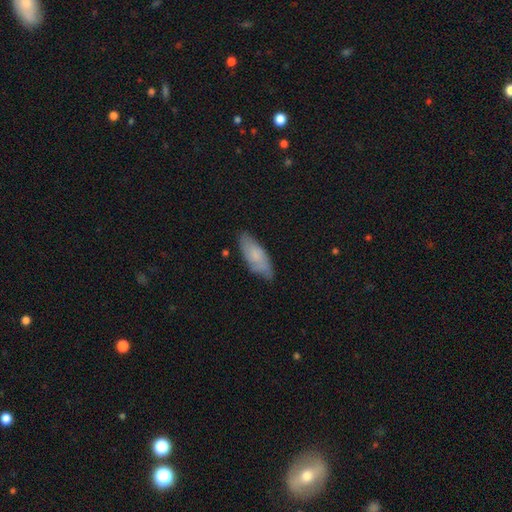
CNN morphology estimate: smooth_or_featured: smooth (p=0.63) [alt: featured or disk p=0.31]
how_rounded: in between (p=0.77) [alt: cigar-shaped p=0.21]
merging: none (p=0.71) [alt: minor disturbance p=0.23]